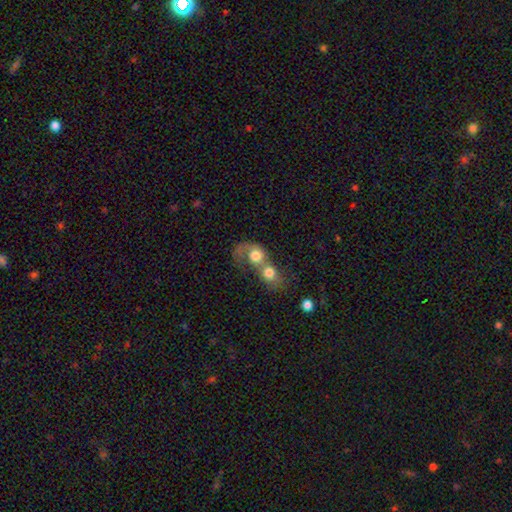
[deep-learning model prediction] smooth_or_featured: smooth (p=0.61) [alt: featured or disk p=0.30]
how_rounded: round (p=0.66) [alt: in between p=0.32]
merging: merger (p=0.78) [alt: none p=0.10]